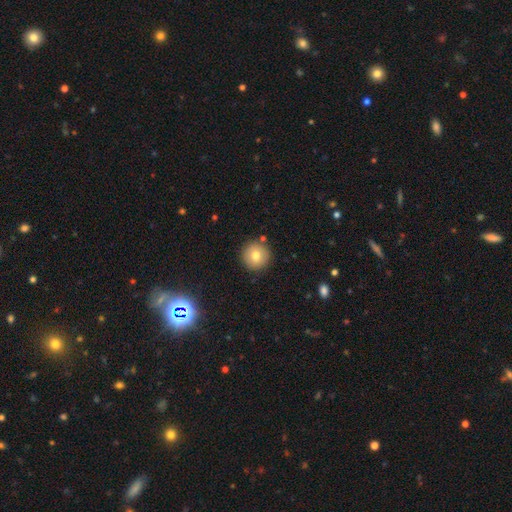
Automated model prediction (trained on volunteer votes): A smooth galaxy with no disk features (76%) that is round (95%).

Vote fractions:
- Smooth or featured? smooth: 76% / featured or disk: 13% / star or artifact: 11%
- How rounded? round: 95% / in between: 4% / cigar-shaped: 1%
- Merging? none: 88% / minor disturbance: 7% / merger: 3% / major disturbance: 2%